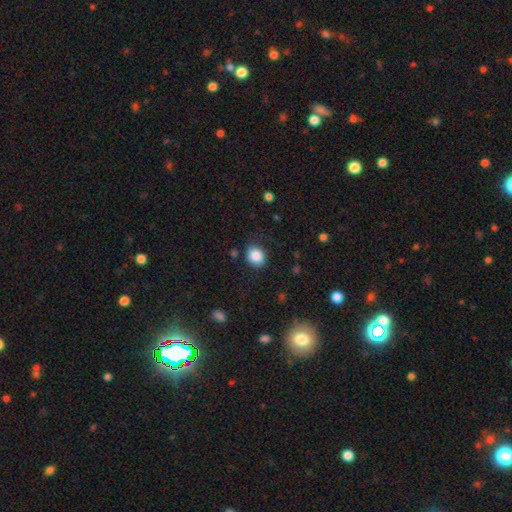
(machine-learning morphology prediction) Overall: smooth (86%). How rounded: round (71%). Merging: none (76%).